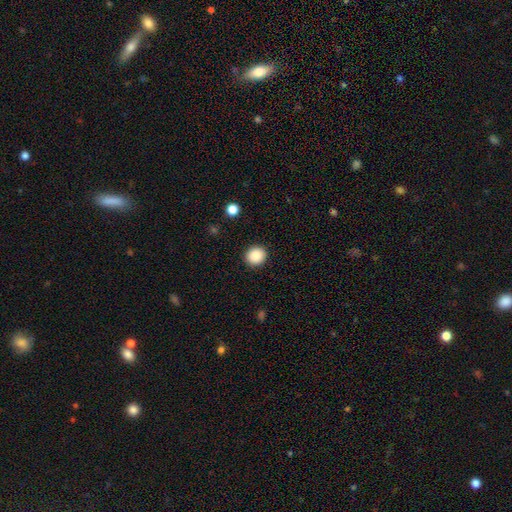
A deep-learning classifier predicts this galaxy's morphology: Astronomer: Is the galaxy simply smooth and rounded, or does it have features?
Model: smooth — 88%.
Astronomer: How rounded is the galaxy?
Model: round — 87%.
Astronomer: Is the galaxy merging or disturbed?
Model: none — 92%.